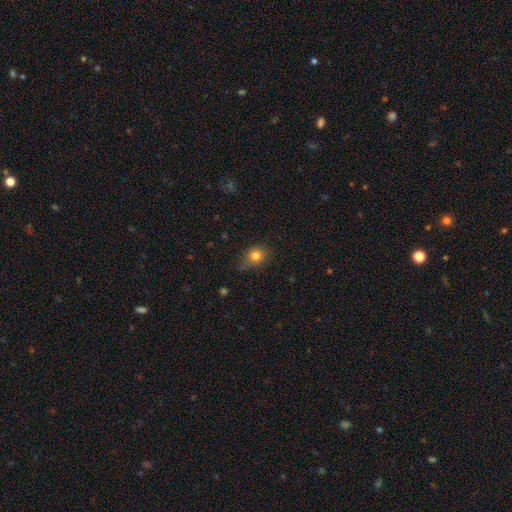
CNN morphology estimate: Overall: smooth (80%). How rounded: round (67%; in between 31%). Merging: none (66%).